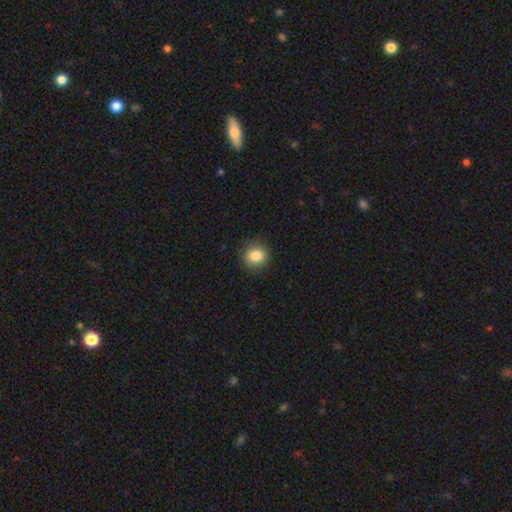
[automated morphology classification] Smooth or featured? smooth (84%)
How rounded? round (79%)
Merging? none (89%)